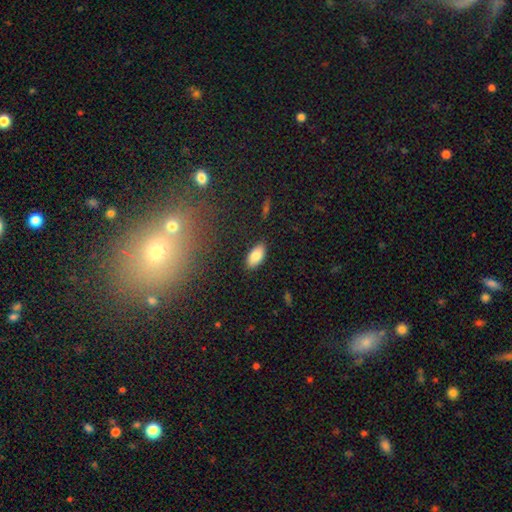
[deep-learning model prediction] smooth 84%, featured or disk 8%, star or artifact 7%. Down the decision tree: how rounded — in between (92%); merging — none (87%).